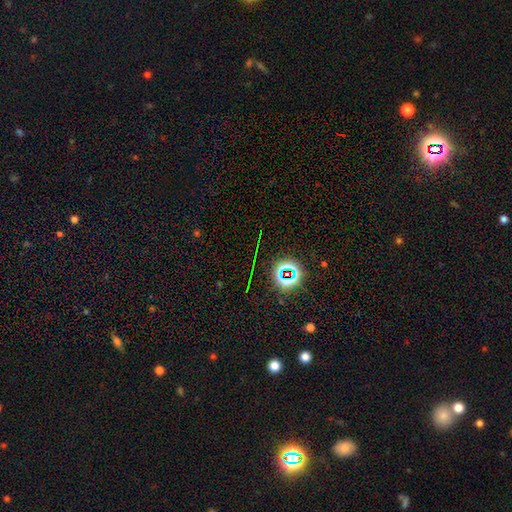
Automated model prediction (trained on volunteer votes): Overall: star or artifact (73%).